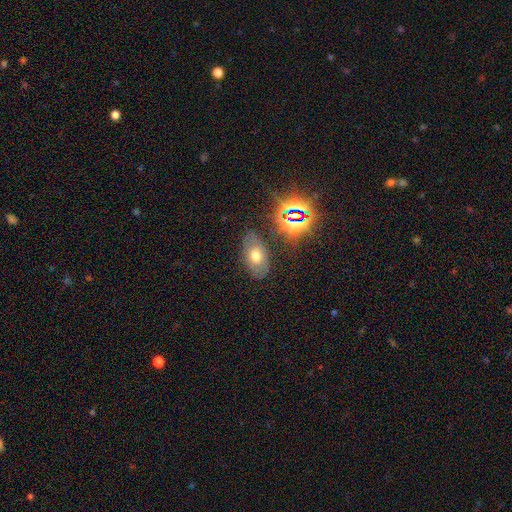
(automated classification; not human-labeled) Smooth or featured? smooth (52%)
How rounded? in between (89%)
Merging? none (75%)